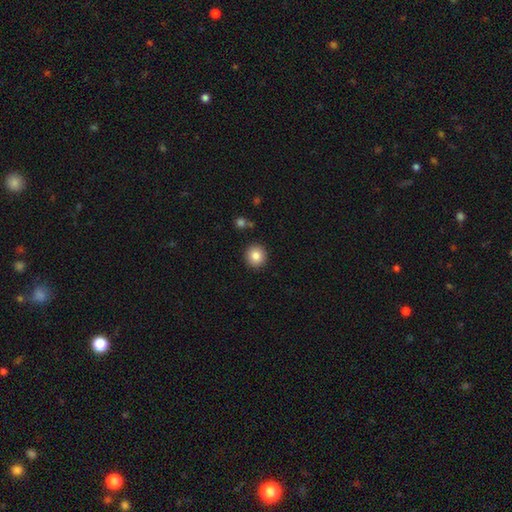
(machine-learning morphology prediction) The model was most divided on "smooth or featured": smooth: 85%, star or artifact: 9%, featured or disk: 6%. More confident: how rounded — round (92%); merging — none (91%).